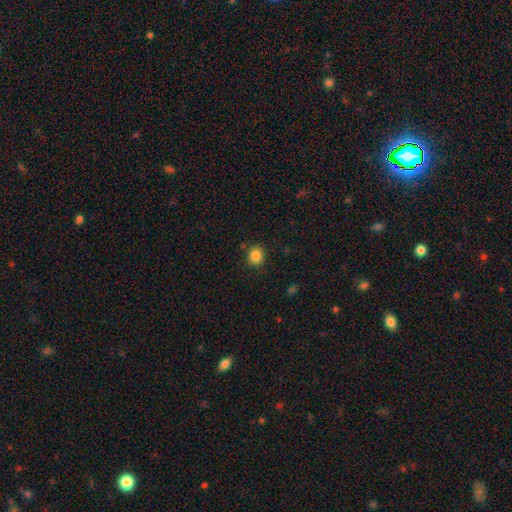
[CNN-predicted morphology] Smooth or featured?
  - smooth: 85% *
  - star or artifact: 11%
  - featured or disk: 4%
How rounded?
  - round: 82% *
  - in between: 17%
  - cigar-shaped: 1%
Merging?
  - none: 87% *
  - minor disturbance: 9%
  - major disturbance: 2%
  - merger: 2%